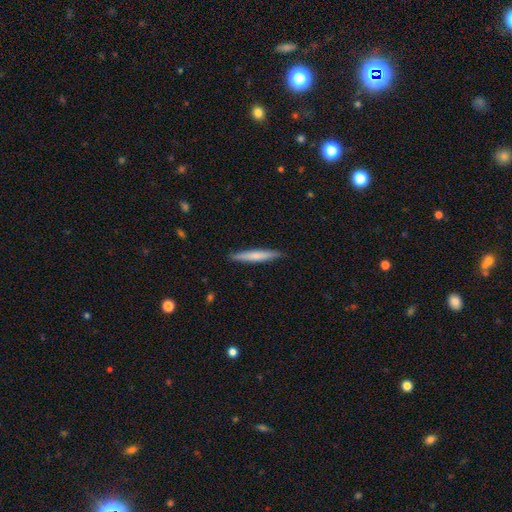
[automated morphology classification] A smooth galaxy with no disk features (66%) that is cigar-shaped (95%).

Vote fractions:
- Smooth or featured? smooth: 66% / featured or disk: 29% / star or artifact: 5%
- How rounded? cigar-shaped: 95% / in between: 4% / round: 1%
- Merging? none: 90% / minor disturbance: 7% / major disturbance: 1% / merger: 1%